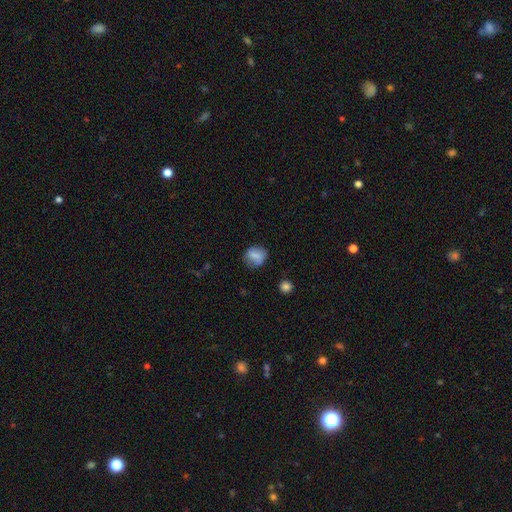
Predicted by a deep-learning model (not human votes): Overall: smooth (75%). How rounded: round (66%; in between 33%). Merging: none (68%).